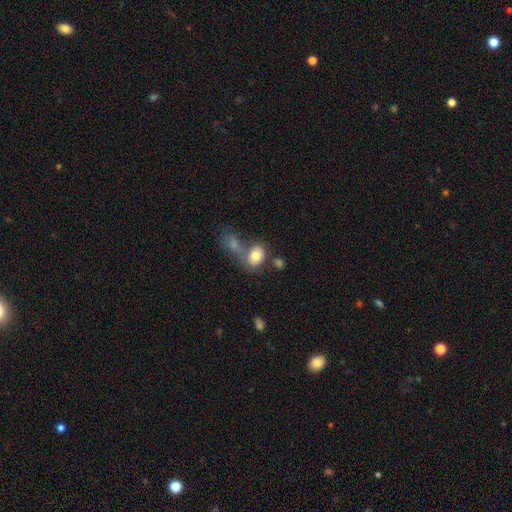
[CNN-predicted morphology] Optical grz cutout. It shows a smooth galaxy with no disk features (78%) that is in between round and cigar-shaped (58%). Merging: none (39%, tied with merger).